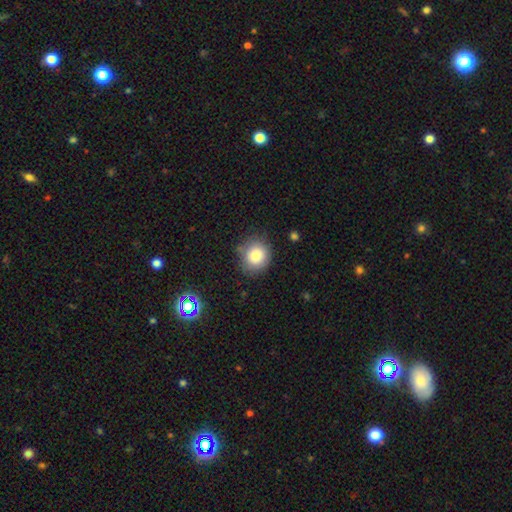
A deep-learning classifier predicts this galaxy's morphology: Smooth or featured? Predicted: smooth (p=0.83). How rounded? Predicted: round (p=0.79). Merging? Predicted: none (p=0.77).